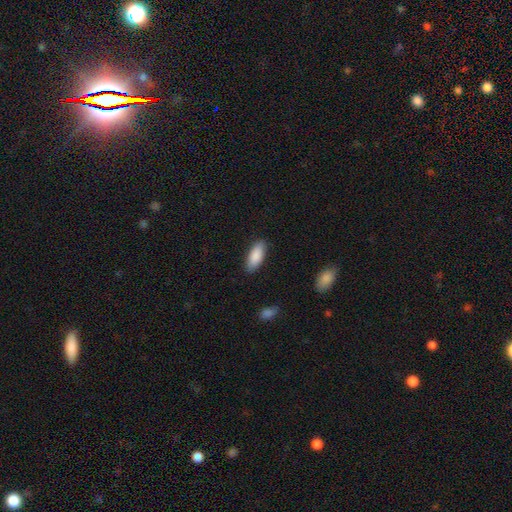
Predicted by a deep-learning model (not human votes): Overall: smooth (88%). How rounded: in between (78%). Merging: none (86%).